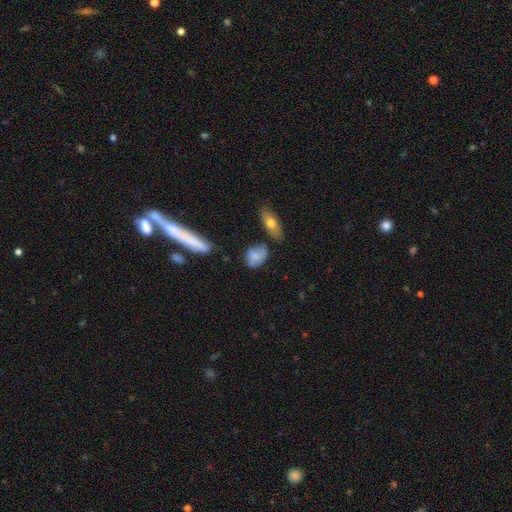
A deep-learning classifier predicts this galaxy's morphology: Q: Smooth or featured?
A: smooth (70%); runner-up: featured or disk (22%)
Q: How rounded?
A: in between (75%); runner-up: round (22%)
Q: Merging?
A: none (60%); runner-up: minor disturbance (26%)